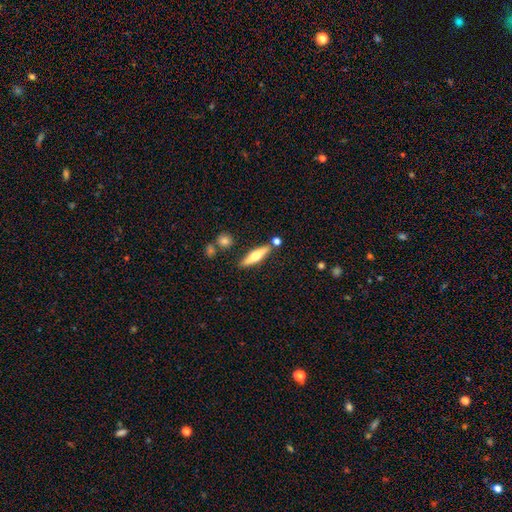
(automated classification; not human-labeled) Q: Smooth or featured?
A: featured or disk (53%); runner-up: smooth (41%)
Q: Edge-on disk?
A: yes (93%); runner-up: no (7%)
Q: Merging?
A: none (81%); runner-up: minor disturbance (10%)